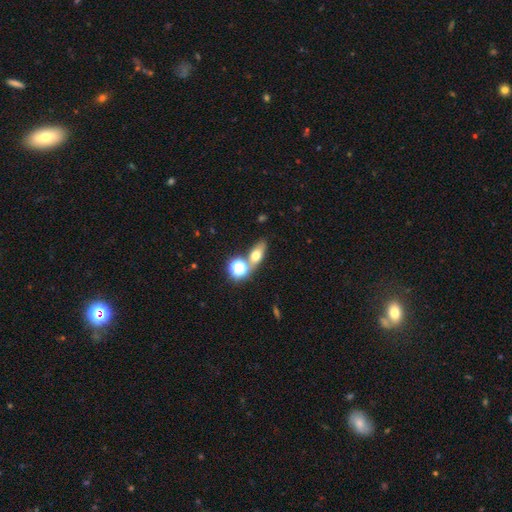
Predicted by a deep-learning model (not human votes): Smooth or featured? smooth (62%)
How rounded? in between (62%)
Merging? none (62%)